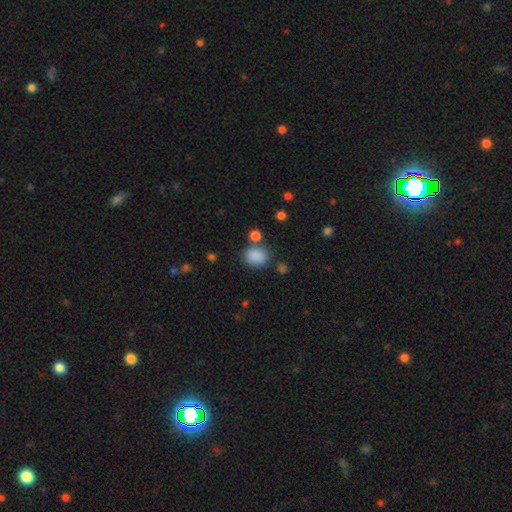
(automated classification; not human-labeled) The model was most divided on "how rounded": in between: 51%, round: 48%, cigar-shaped: 1%. More confident: smooth or featured — smooth (86%); merging — none (73%).